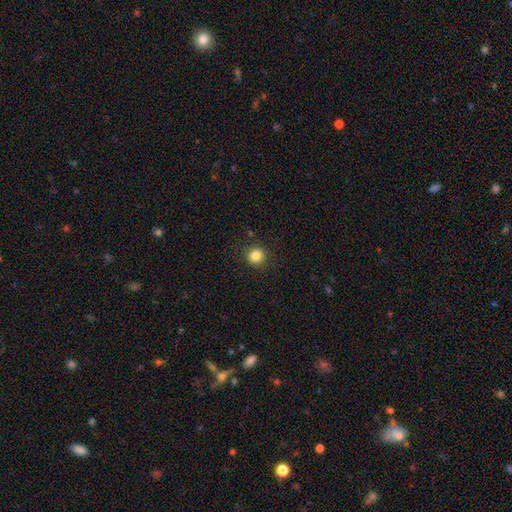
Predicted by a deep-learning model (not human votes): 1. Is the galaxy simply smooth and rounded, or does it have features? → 84% smooth, 11% star or artifact, 4% featured or disk.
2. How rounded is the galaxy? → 93% round, 6% in between, 1% cigar-shaped.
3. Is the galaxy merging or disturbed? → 91% none, 6% minor disturbance, 2% major disturbance, 1% merger.